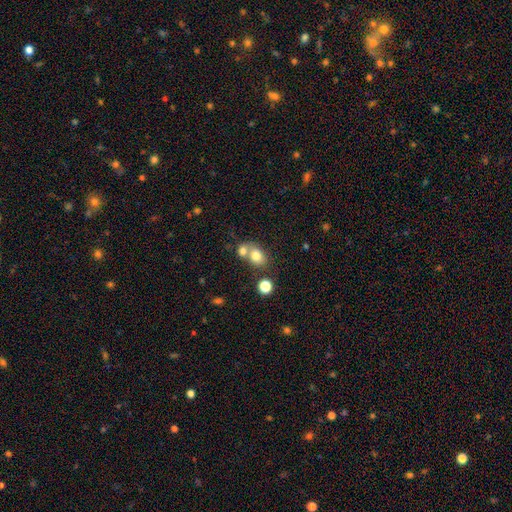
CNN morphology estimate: Smooth or featured? smooth (77%)
How rounded? in between (53%)
Merging? merger (46%)